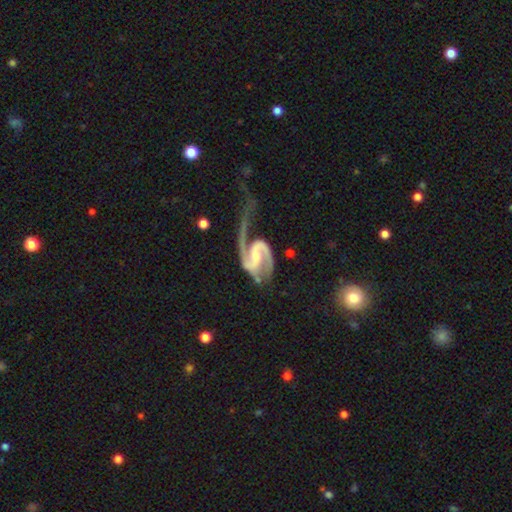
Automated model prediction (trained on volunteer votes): The model was most divided on "bulge size": small: 45%, moderate: 44%, none: 6%, large: 3%, dominant: 1%. Remaining: spiral arms — yes (98%); edge-on disk — no (98%); smooth or featured — featured or disk (93%); spiral arm count — 2 (87%); spiral winding — medium (52%); bar — weak (47%); merging — major disturbance (41%).